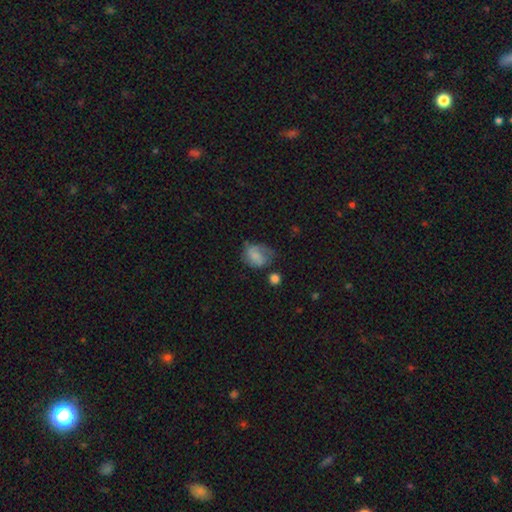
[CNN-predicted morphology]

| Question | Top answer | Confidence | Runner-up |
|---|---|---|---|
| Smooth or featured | smooth | 56% | featured or disk (35%) |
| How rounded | in between | 57% | round (41%) |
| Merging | none | 40% | minor disturbance (32%) |